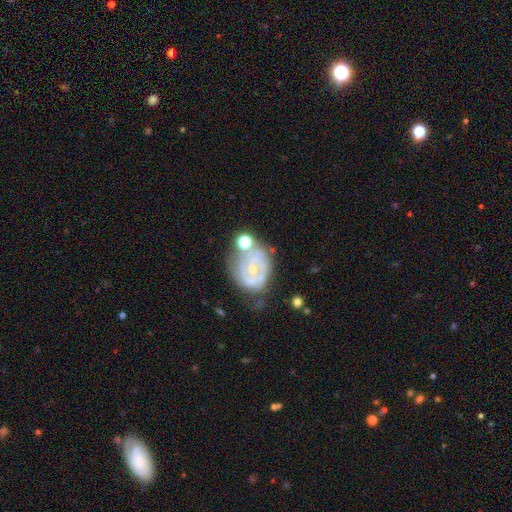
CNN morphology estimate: smooth-or-featured: featured or disk: 71% | smooth: 20% | star or artifact: 9%
  disk-edge-on: no: 97% | yes: 3%
    bar: no: 70% | weak: 23% | strong: 7%
    has-spiral-arms: yes: 66% | no: 34%
    bulge-size: moderate: 50% | small: 44% | large: 2% | none: 2% | dominant: 1%
  merging: none: 46% | minor disturbance: 24% | merger: 15% | major disturbance: 15%